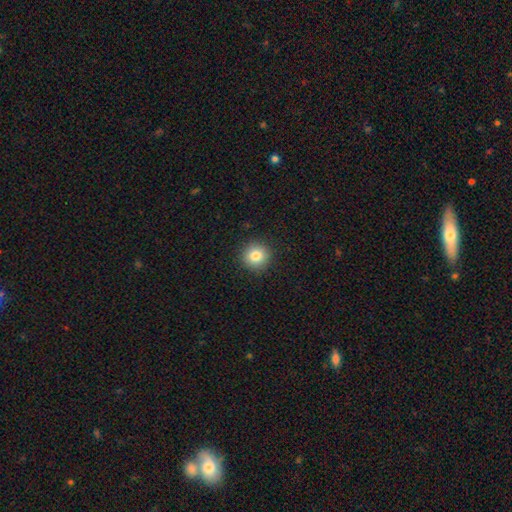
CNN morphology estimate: type=smooth (83%); roundness=round (94%); merging=none (92%).